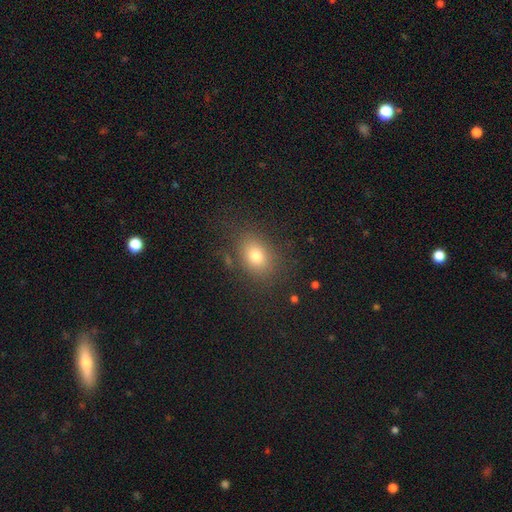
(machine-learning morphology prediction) smooth_or_featured: smooth (p=0.76) [alt: star or artifact p=0.14]
how_rounded: in between (p=0.66) [alt: round p=0.33]
merging: none (p=0.80) [alt: minor disturbance p=0.13]